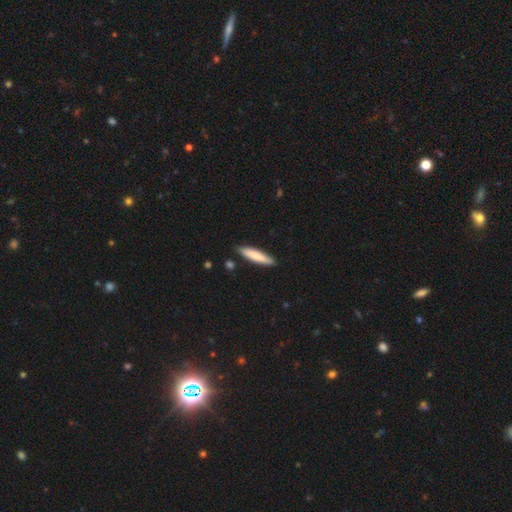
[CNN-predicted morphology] Smooth or featured? Predicted: smooth (p=0.78). How rounded? Predicted: cigar-shaped (p=0.84). Merging? Predicted: none (p=0.87).